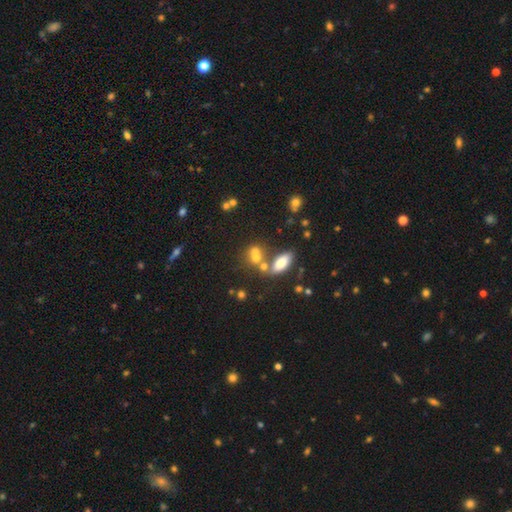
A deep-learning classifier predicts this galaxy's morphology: A smooth galaxy with no disk features (66%) that is in between round and cigar-shaped (52%).

Vote fractions:
- Smooth or featured? smooth: 66% / featured or disk: 17% / star or artifact: 17%
- How rounded? in between: 52% / round: 42% / cigar-shaped: 6%
- Merging? merger: 45% / none: 38% / minor disturbance: 11% / major disturbance: 6%